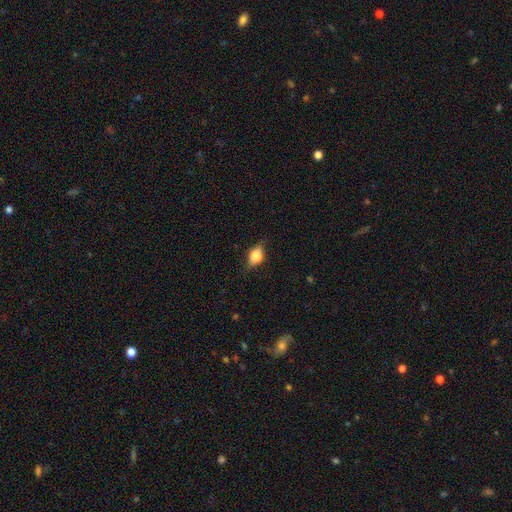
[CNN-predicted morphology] smooth_or_featured: smooth (p=0.55) [alt: featured or disk p=0.35]
how_rounded: in between (p=0.68) [alt: round p=0.26]
merging: none (p=0.73) [alt: minor disturbance p=0.20]